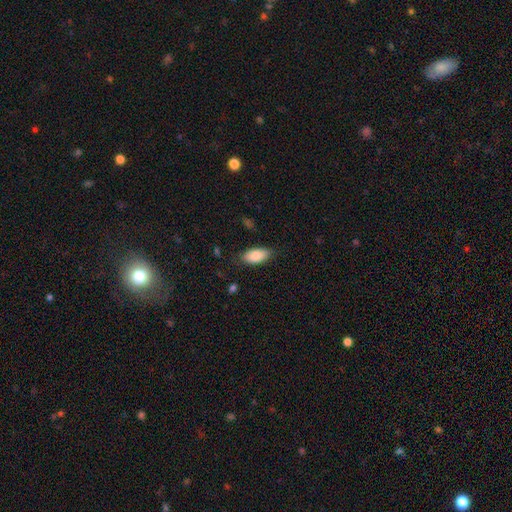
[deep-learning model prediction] Smooth or featured: smooth — 87% (featured or disk — 7%)
How rounded: in between — 92% (cigar-shaped — 6%)
Merging: none — 82% (minor disturbance — 14%)